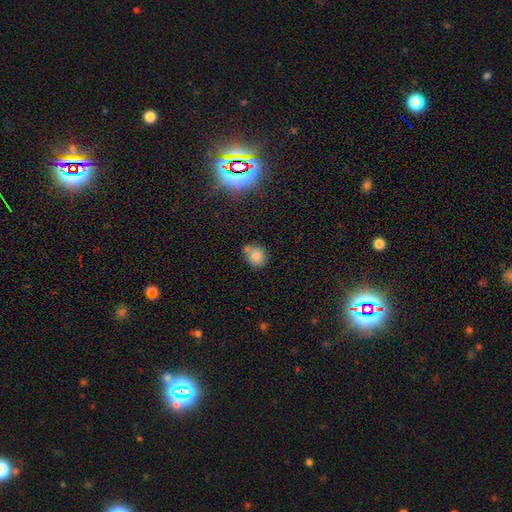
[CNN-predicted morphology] This appears to be a smooth galaxy with no disk features (82%) that is round (76%). Merging: none (59%).